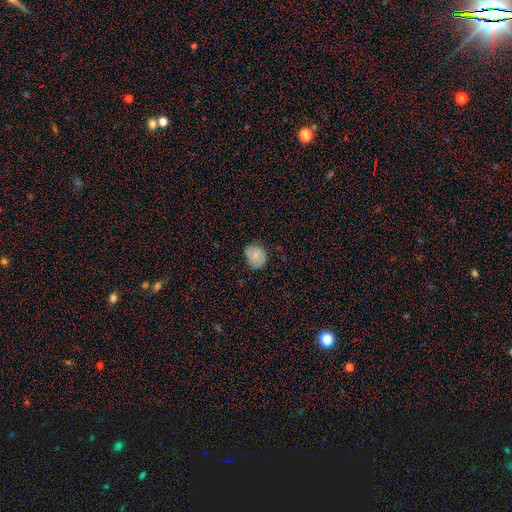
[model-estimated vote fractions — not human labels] smooth 79%, featured or disk 12%, star or artifact 9%. Down the decision tree: how rounded — round (54%); merging — none (67%).